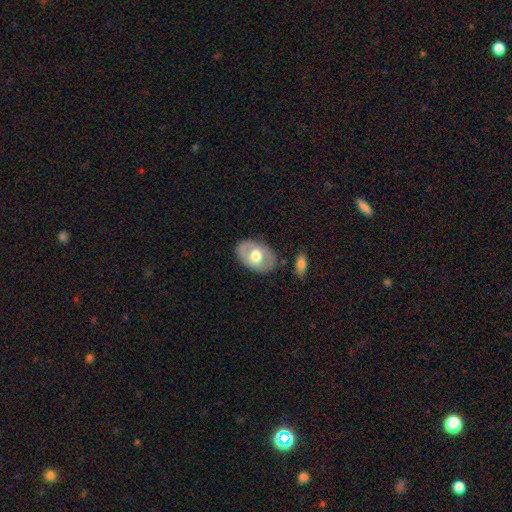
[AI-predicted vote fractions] Q: Smooth or featured?
A: smooth (51%); runner-up: featured or disk (43%)
Q: How rounded?
A: in between (82%); runner-up: round (17%)
Q: Merging?
A: none (77%); runner-up: minor disturbance (15%)